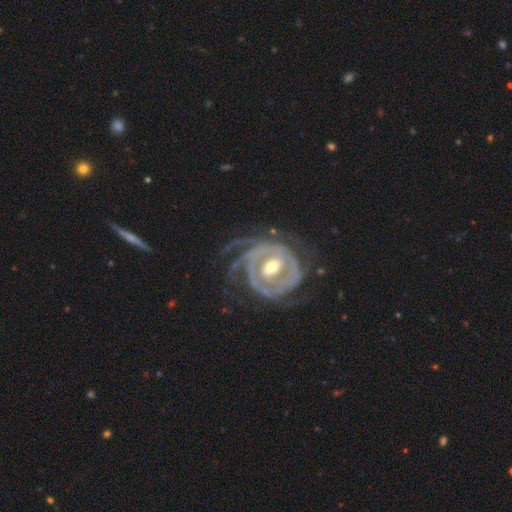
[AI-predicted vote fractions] featured or disk 90%, smooth 5%, star or artifact 5%. Down the decision tree: edge-on disk — no (97%); bar — weak (43%); spiral arms — yes (94%); spiral arm count — can't tell (27%); spiral winding — tight (68%); bulge size — moderate (69%); merging — none (58%).